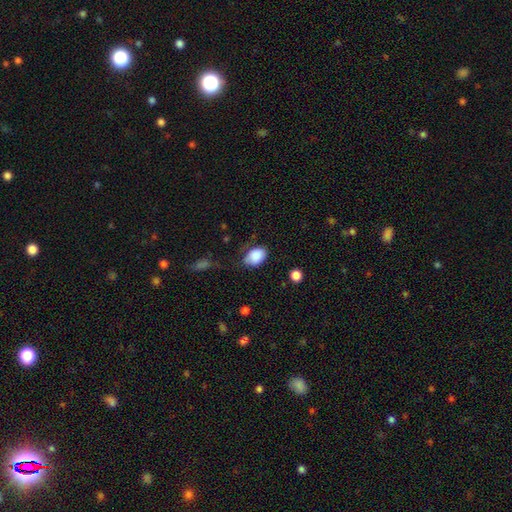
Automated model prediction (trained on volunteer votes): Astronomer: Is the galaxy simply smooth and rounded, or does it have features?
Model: smooth — 87%.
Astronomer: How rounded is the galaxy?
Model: in between — 84%.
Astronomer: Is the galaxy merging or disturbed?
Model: none — 61%.